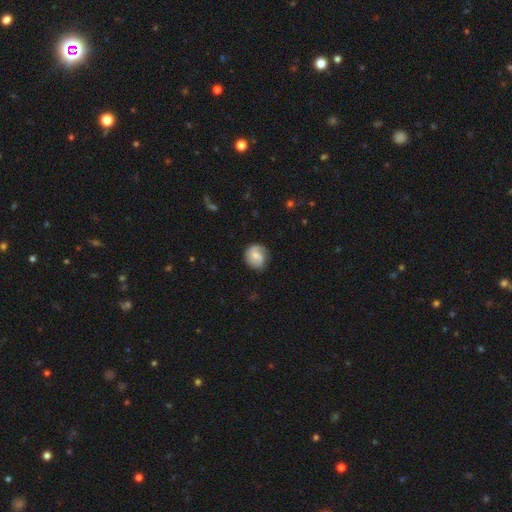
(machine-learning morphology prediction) smooth_or_featured: featured or disk (p=0.56) [alt: smooth p=0.37]
disk_edge_on: no (p=0.98) [alt: yes p=0.02]
bar: no (p=0.50) [alt: weak p=0.41]
has_spiral_arms: yes (p=0.89) [alt: no p=0.11]
bulge_size: small (p=0.47) [alt: moderate p=0.41]
merging: none (p=0.74) [alt: minor disturbance p=0.19]